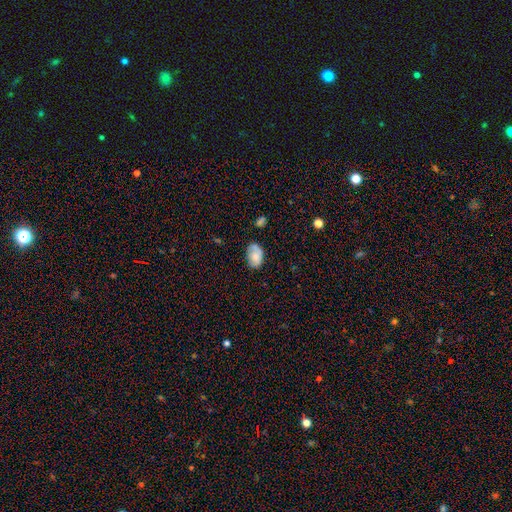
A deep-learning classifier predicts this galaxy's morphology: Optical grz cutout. It shows a smooth galaxy with no disk features (76%) that is in between round and cigar-shaped (86%). Merging: none (58%).